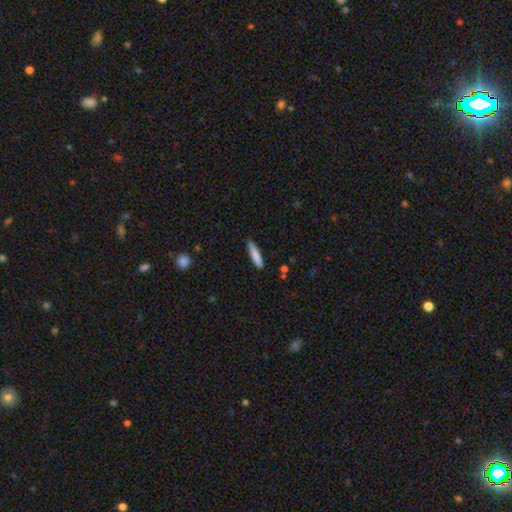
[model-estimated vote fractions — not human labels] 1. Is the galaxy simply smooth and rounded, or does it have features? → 82% smooth, 12% featured or disk, 6% star or artifact.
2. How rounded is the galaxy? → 88% cigar-shaped, 11% in between, 1% round.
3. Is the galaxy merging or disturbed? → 85% none, 11% minor disturbance, 2% major disturbance, 2% merger.